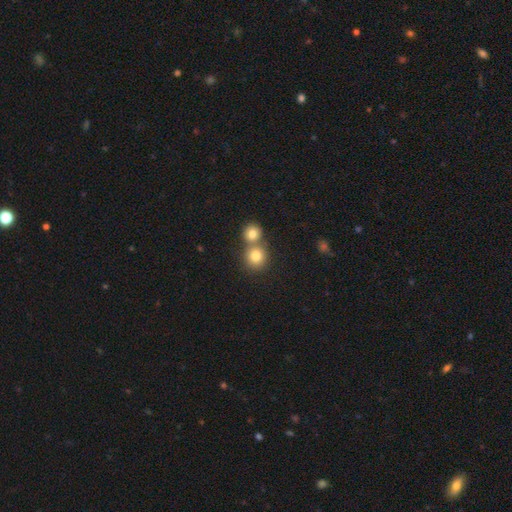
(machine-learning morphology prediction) smooth_or_featured: smooth (p=0.80) [alt: star or artifact p=0.11]
how_rounded: round (p=0.87) [alt: in between p=0.12]
merging: none (p=0.47) [alt: merger p=0.45]